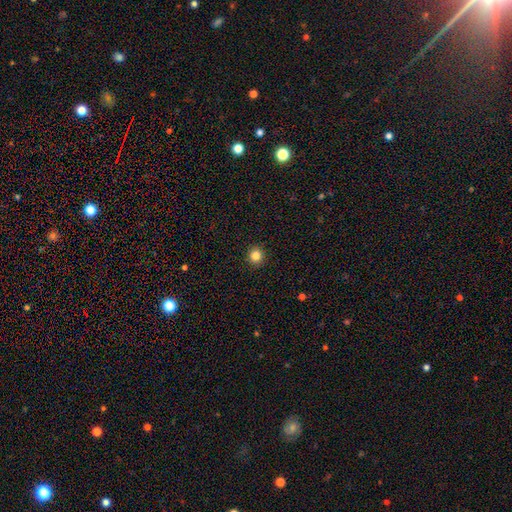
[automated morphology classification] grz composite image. It shows a smooth galaxy with no disk features (84%) that is round (92%). Merging: none (93%).